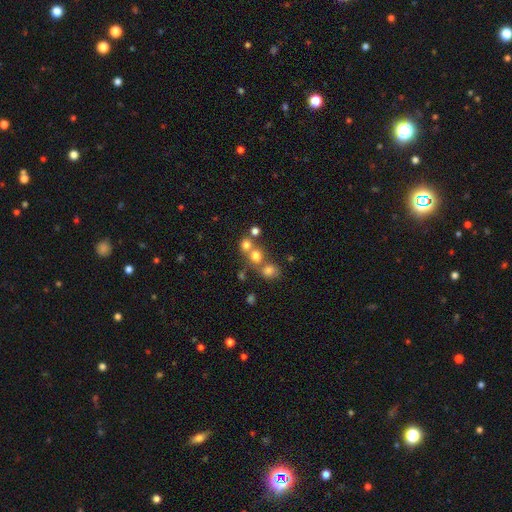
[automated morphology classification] This appears to be a smooth galaxy with no disk features (70%) that is round (81%). Merging: none (45%).